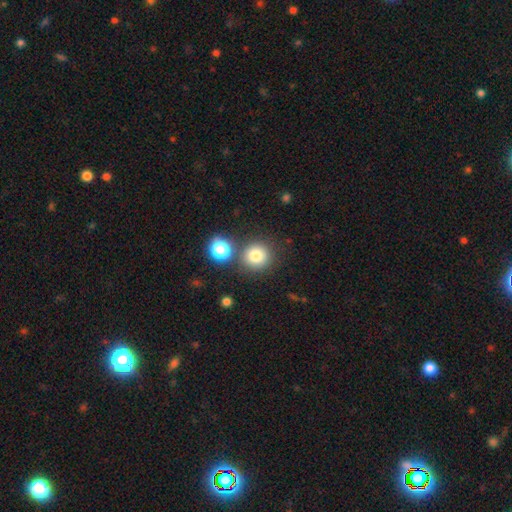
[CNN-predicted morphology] The model was most divided on "merging": none: 71%, merger: 18%, minor disturbance: 8%, major disturbance: 3%. More confident: how rounded — round (92%); smooth or featured — smooth (80%).